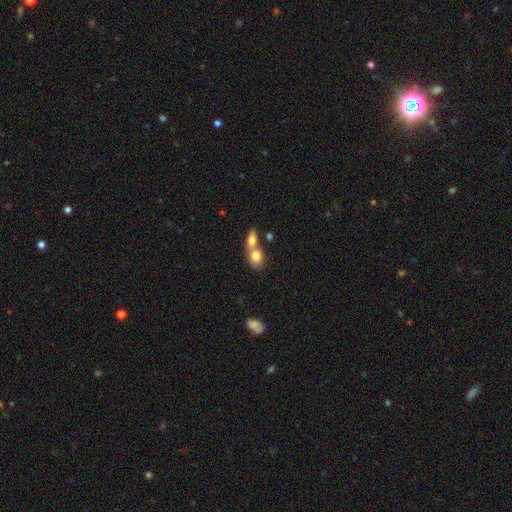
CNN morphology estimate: type=smooth (78%); roundness=in between (59%); merging=merger (65%).